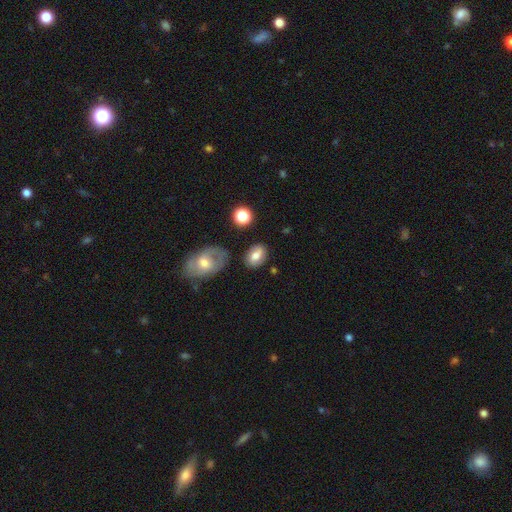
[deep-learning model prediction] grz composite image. It shows a smooth galaxy with no disk features (66%) that is in between round and cigar-shaped (77%). Merging: none (76%).